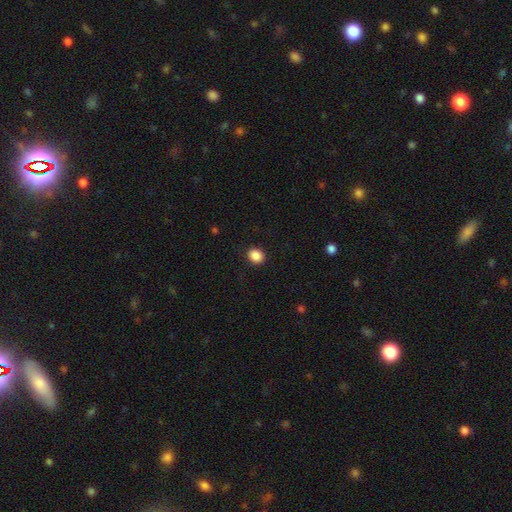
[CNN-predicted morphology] The model was most divided on "how rounded": round: 63%, in between: 36%, cigar-shaped: 1%. More confident: merging — none (91%); smooth or featured — smooth (88%).